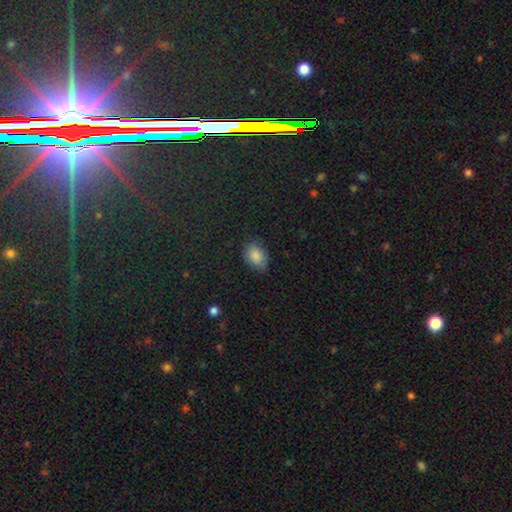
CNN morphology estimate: The model was most divided on "merging": none: 75%, minor disturbance: 20%, major disturbance: 4%, merger: 1%. More confident: smooth or featured — smooth (84%); how rounded — in between (82%).